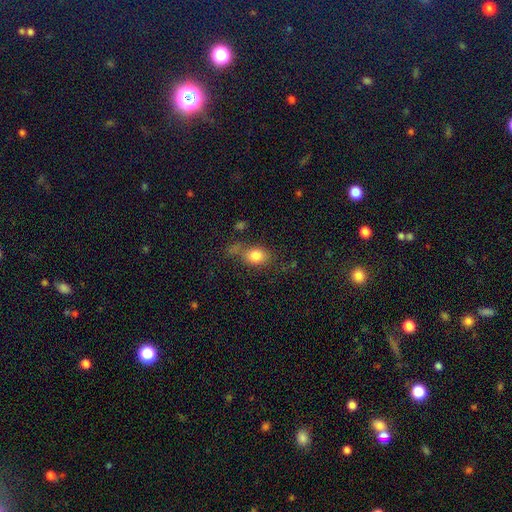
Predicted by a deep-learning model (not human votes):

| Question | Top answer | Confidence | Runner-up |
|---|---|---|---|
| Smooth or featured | smooth | 81% | star or artifact (10%) |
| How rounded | in between | 61% | round (37%) |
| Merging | none | 59% | minor disturbance (19%) |